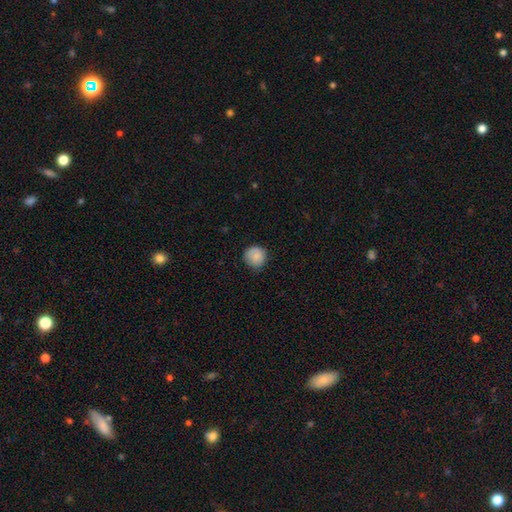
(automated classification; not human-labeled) A smooth galaxy with no disk features (83%) that is round (92%).

Vote fractions:
- Smooth or featured? smooth: 83% / featured or disk: 9% / star or artifact: 7%
- How rounded? round: 92% / in between: 7% / cigar-shaped: 1%
- Merging? none: 80% / minor disturbance: 16% / major disturbance: 3% / merger: 1%